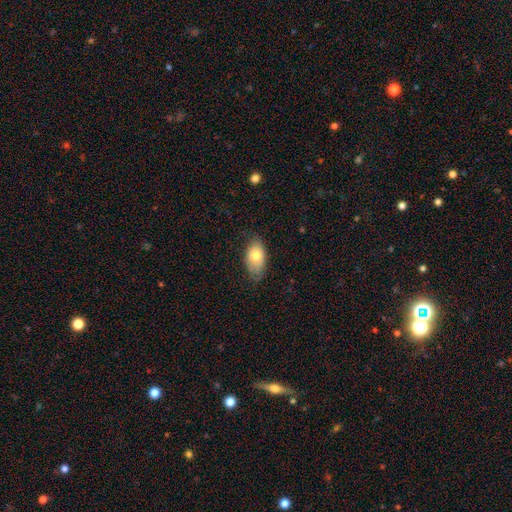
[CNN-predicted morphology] smooth-or-featured: smooth: 73% | featured or disk: 20% | star or artifact: 7%
  how-rounded: in between: 91% | round: 6% | cigar-shaped: 2%
  merging: none: 68% | minor disturbance: 26% | major disturbance: 5% | merger: 1%